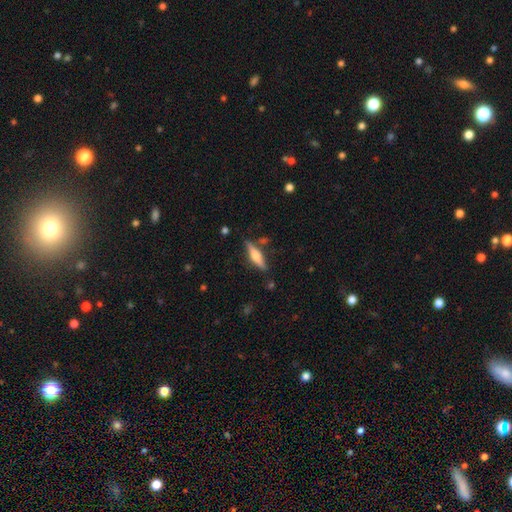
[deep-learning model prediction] Smooth or featured?
  - featured or disk: 57% *
  - smooth: 37%
  - star or artifact: 6%
Edge-on disk?
  - yes: 95% *
  - no: 5%
Edge-on bulge?
  - rounded: 90% *
  - boxy: 7%
  - none: 3%
Merging?
  - none: 81% *
  - minor disturbance: 12%
  - merger: 4%
  - major disturbance: 3%